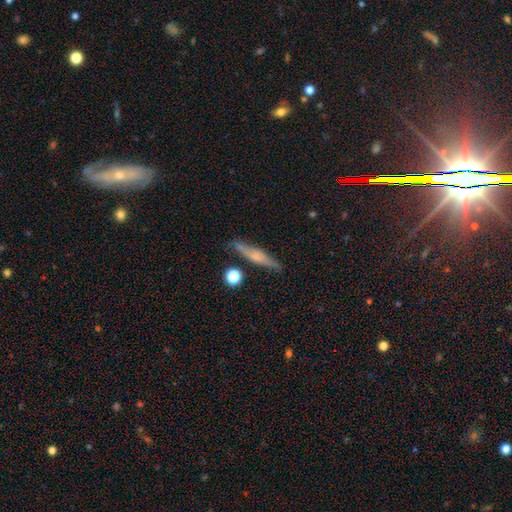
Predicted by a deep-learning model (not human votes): Morphology: type=featured or disk (48%); merging=none (83%).